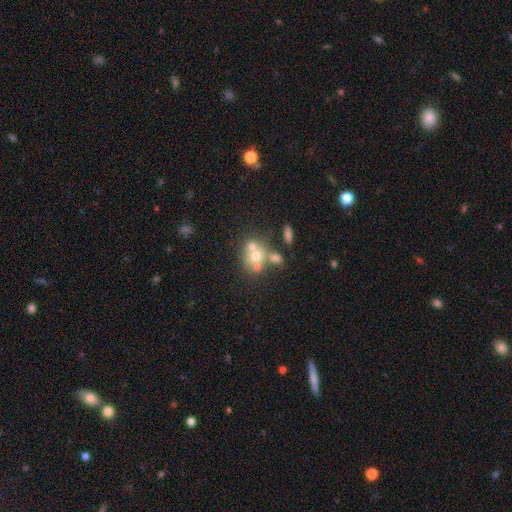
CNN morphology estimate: Smooth or featured: smooth — 53% (featured or disk — 30%)
How rounded: round — 67% (in between — 31%)
Merging: merger — 51% (none — 35%)